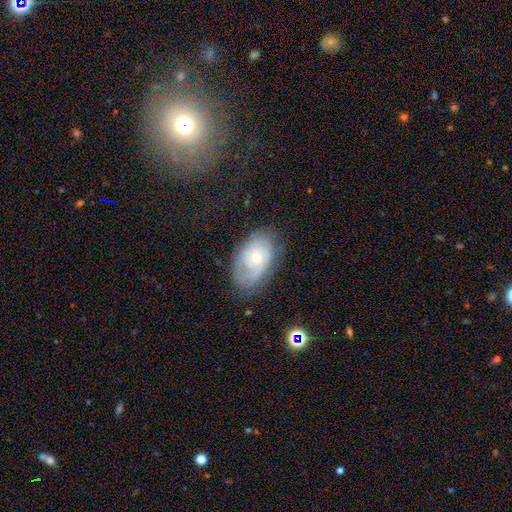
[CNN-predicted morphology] smooth-or-featured: featured or disk: 61% | smooth: 28% | star or artifact: 12%
  disk-edge-on: no: 94% | yes: 6%
    bar: no: 77% | weak: 20% | strong: 3%
    has-spiral-arms: yes: 82% | no: 18%
    bulge-size: small: 58% | moderate: 37% | large: 2% | none: 2% | dominant: 1%
  merging: none: 69% | minor disturbance: 21% | major disturbance: 8% | merger: 2%